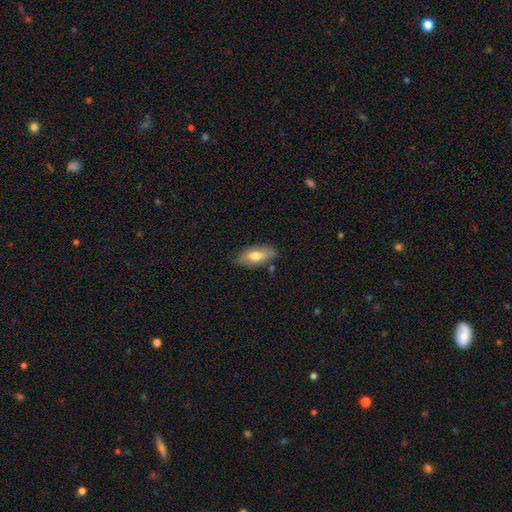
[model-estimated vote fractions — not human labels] Smooth or featured? Predicted: smooth (p=0.65). How rounded? Predicted: in between (p=0.80). Merging? Predicted: none (p=0.79).